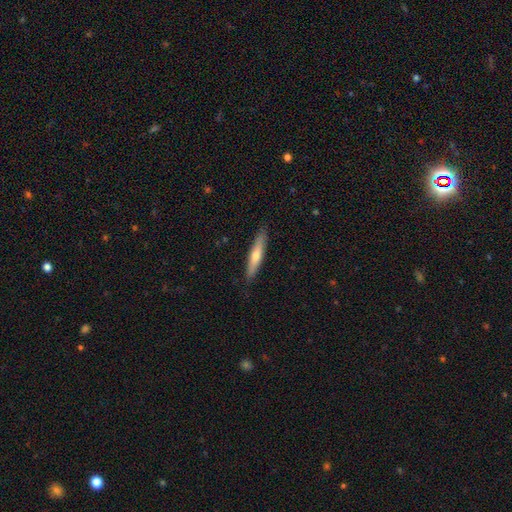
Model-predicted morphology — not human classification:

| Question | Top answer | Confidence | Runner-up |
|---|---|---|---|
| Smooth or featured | smooth | 52% | featured or disk (42%) |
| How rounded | cigar-shaped | 90% | in between (9%) |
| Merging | none | 89% | minor disturbance (9%) |